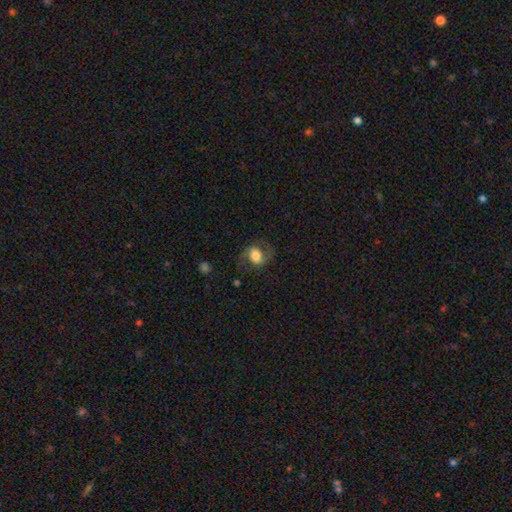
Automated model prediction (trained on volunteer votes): Smooth or featured? smooth (49%)
Merging? none (66%)